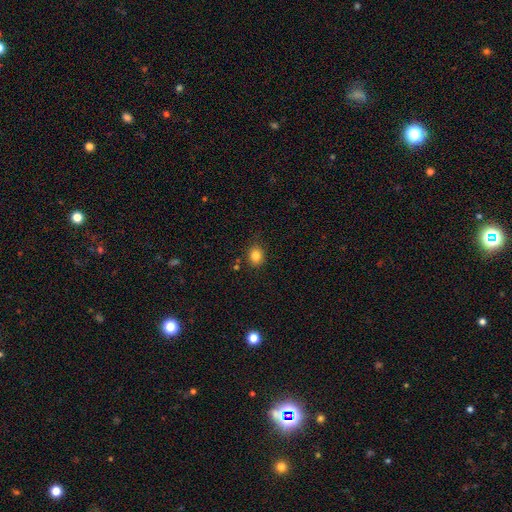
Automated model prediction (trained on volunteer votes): Smooth or featured? smooth (82%)
How rounded? round (64%)
Merging? none (82%)